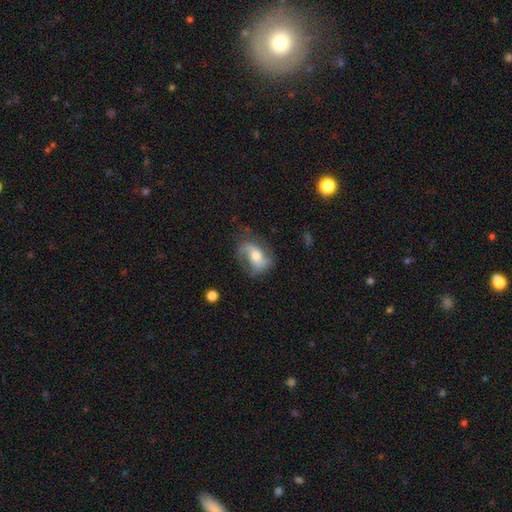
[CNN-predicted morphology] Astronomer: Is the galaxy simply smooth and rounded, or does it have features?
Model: featured or disk — 70%.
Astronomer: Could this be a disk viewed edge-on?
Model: no — 96%.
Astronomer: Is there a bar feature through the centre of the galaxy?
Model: no — 49% (runner-up: weak, 37%).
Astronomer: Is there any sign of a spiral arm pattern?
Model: yes — 90%.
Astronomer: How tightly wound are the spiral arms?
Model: loose — 43% (runner-up: medium, 41%).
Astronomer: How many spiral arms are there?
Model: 2 — 74%.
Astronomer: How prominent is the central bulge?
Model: moderate — 63%.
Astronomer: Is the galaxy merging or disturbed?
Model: none — 61%.